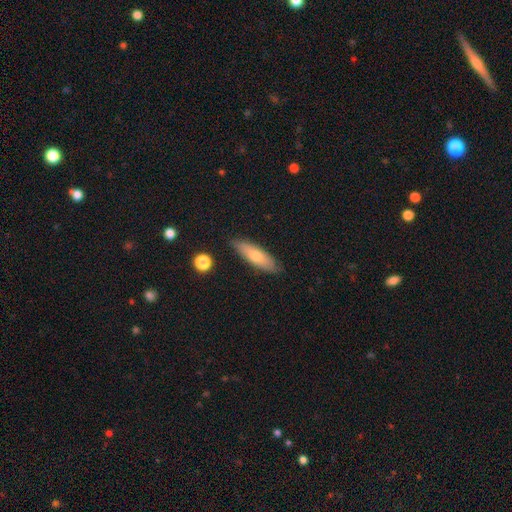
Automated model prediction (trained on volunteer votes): A smooth galaxy with no disk features (65%) that is cigar-shaped (54%). Merging: none (84%).